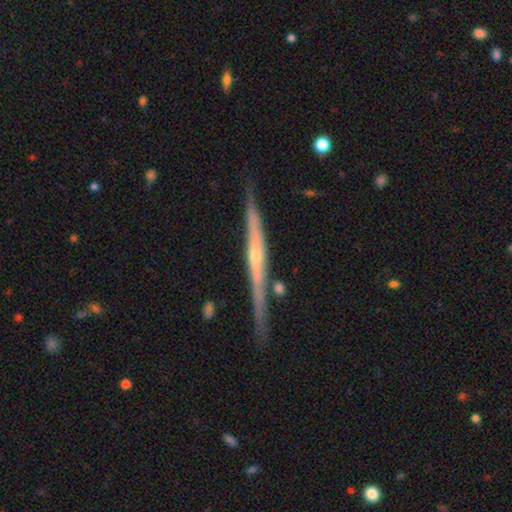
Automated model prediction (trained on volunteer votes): Q: Smooth or featured?
A: featured or disk (80%); runner-up: smooth (14%)
Q: Edge-on disk?
A: yes (97%); runner-up: no (3%)
Q: Edge-on bulge?
A: rounded (63%); runner-up: none (31%)
Q: Merging?
A: none (82%); runner-up: minor disturbance (12%)